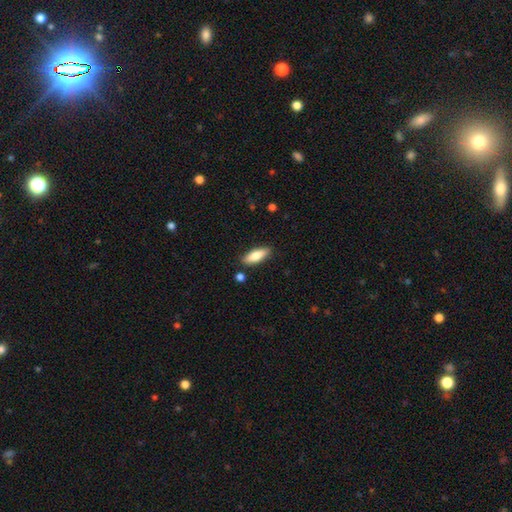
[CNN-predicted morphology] Smooth or featured: smooth — 79% (featured or disk — 15%)
How rounded: in between — 63% (cigar-shaped — 35%)
Merging: none — 85% (minor disturbance — 10%)